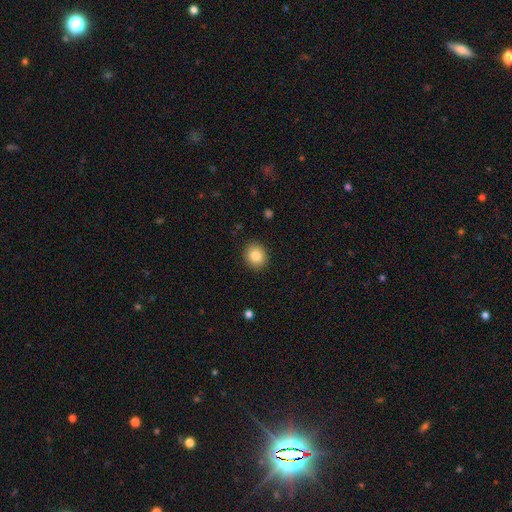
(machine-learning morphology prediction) Smooth or featured: smooth — 84% (star or artifact — 9%)
How rounded: round — 79% (in between — 20%)
Merging: none — 90% (minor disturbance — 7%)